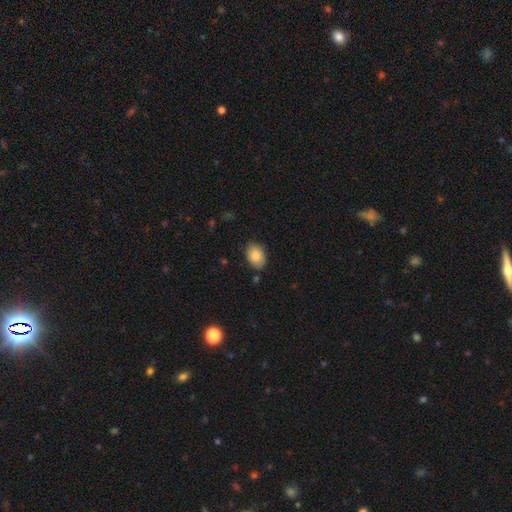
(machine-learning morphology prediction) A smooth galaxy with no disk features (85%) that is in between round and cigar-shaped (83%).

Vote fractions:
- Smooth or featured? smooth: 85% / featured or disk: 8% / star or artifact: 7%
- How rounded? in between: 83% / round: 16% / cigar-shaped: 1%
- Merging? none: 83% / minor disturbance: 13% / major disturbance: 2% / merger: 2%